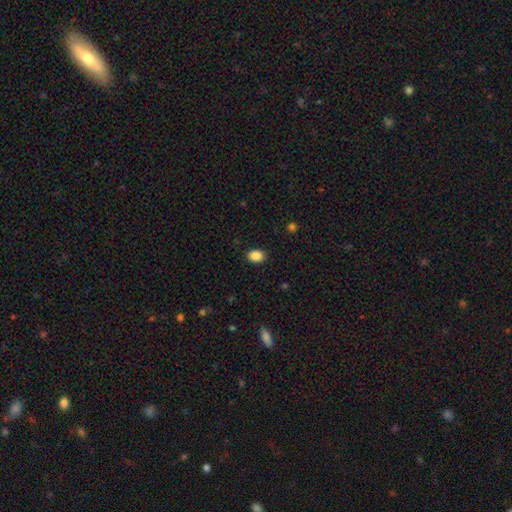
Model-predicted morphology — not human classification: smooth-or-featured: smooth: 88% | star or artifact: 9% | featured or disk: 3%
  how-rounded: in between: 72% | round: 27% | cigar-shaped: 1%
  merging: none: 89% | minor disturbance: 8% | major disturbance: 2% | merger: 1%